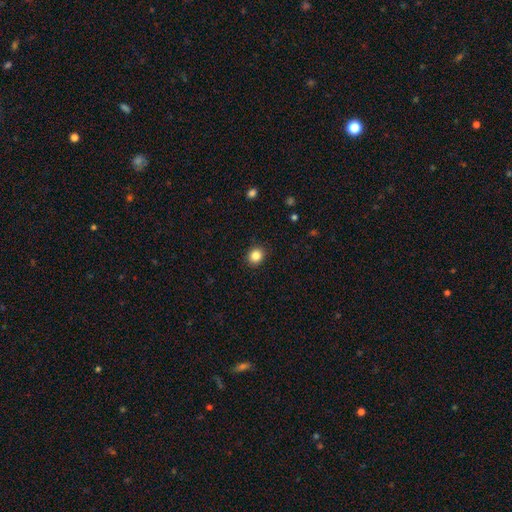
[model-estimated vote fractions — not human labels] Q: Smooth or featured?
A: smooth (85%); runner-up: star or artifact (11%)
Q: How rounded?
A: round (79%); runner-up: in between (20%)
Q: Merging?
A: none (91%); runner-up: minor disturbance (6%)